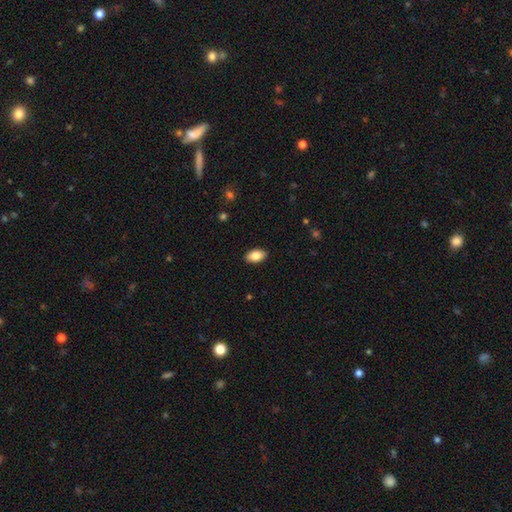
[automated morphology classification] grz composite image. It shows a smooth galaxy with no disk features (85%) that is in between round and cigar-shaped (94%). Merging: none (90%).